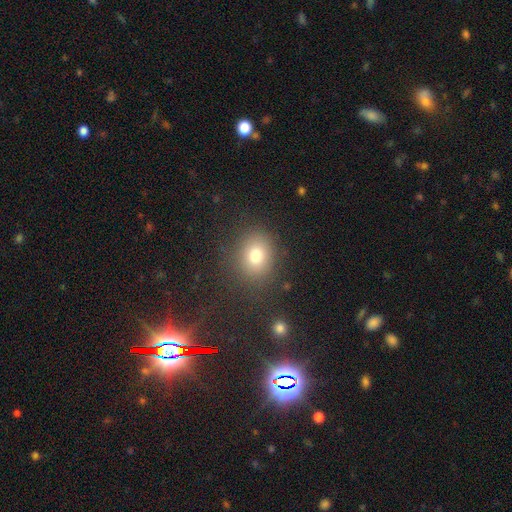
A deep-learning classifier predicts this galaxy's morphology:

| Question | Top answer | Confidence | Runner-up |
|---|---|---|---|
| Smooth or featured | smooth | 77% | star or artifact (14%) |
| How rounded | round | 69% | in between (30%) |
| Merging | none | 83% | minor disturbance (10%) |